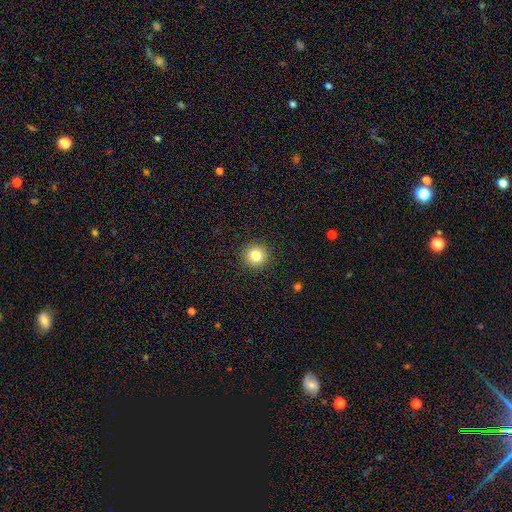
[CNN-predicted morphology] Smooth or featured? Predicted: smooth (p=0.83). How rounded? Predicted: round (p=0.94). Merging? Predicted: none (p=0.93).